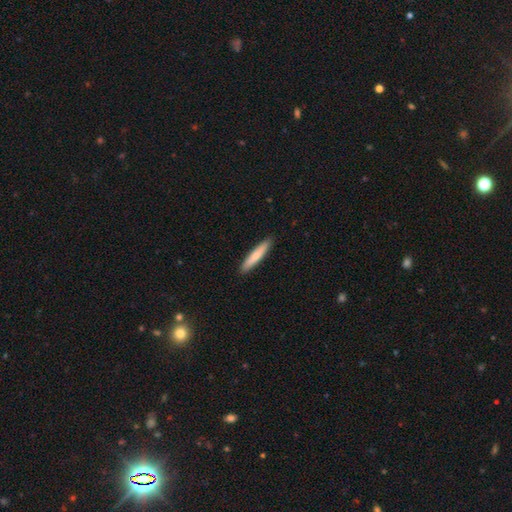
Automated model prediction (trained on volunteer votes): A smooth galaxy with no disk features (74%) that is cigar-shaped (91%).

Vote fractions:
- Smooth or featured? smooth: 74% / featured or disk: 21% / star or artifact: 5%
- How rounded? cigar-shaped: 91% / in between: 8% / round: 1%
- Merging? none: 91% / minor disturbance: 6% / major disturbance: 1% / merger: 1%